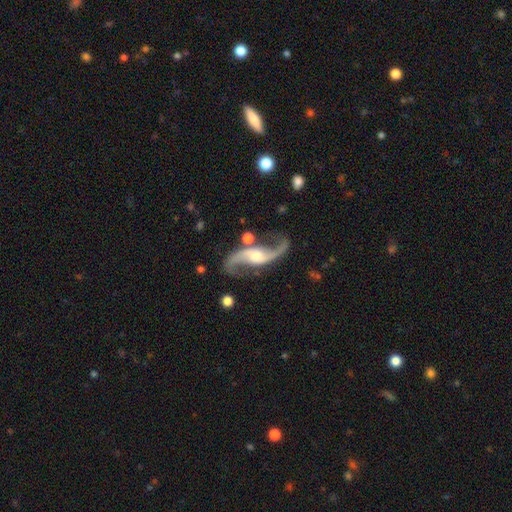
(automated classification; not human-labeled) Smooth or featured? Predicted: featured or disk (p=0.93). Edge-on disk? Predicted: no (p=0.97). Bar? Predicted: no (p=0.44). Spiral arms? Predicted: yes (p=0.98). Spiral winding? Predicted: loose (p=0.79). Spiral arm count? Predicted: 2 (p=0.95). Bulge size? Predicted: moderate (p=0.54). Merging? Predicted: none (p=0.77).